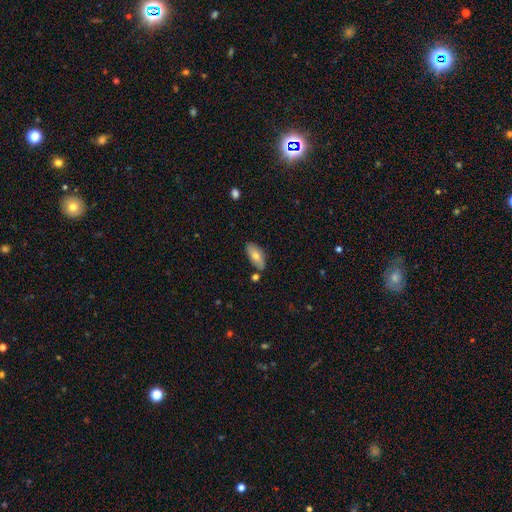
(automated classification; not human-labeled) smooth_or_featured: smooth (p=0.72) [alt: featured or disk p=0.21]
how_rounded: in between (p=0.88) [alt: cigar-shaped p=0.09]
merging: none (p=0.80) [alt: minor disturbance p=0.13]